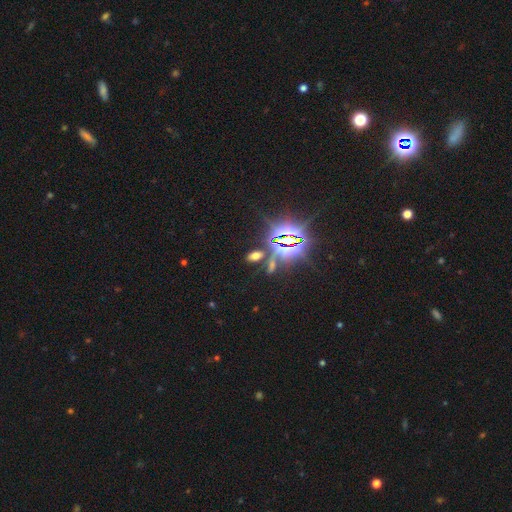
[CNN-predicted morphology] smooth 46%, star or artifact 44%, featured or disk 10%. Down the decision tree: merging — none (79%).